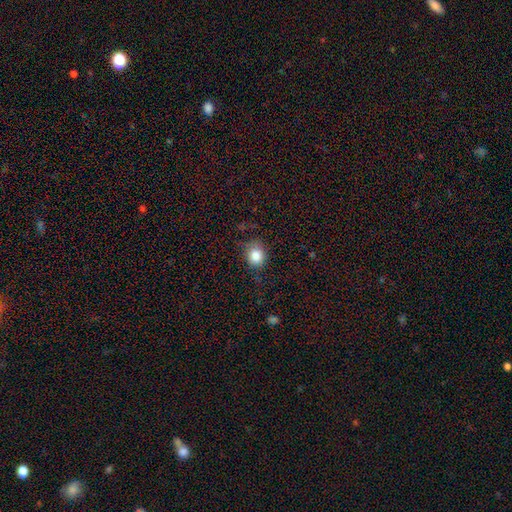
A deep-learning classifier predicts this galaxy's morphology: Overall: smooth (84%). How rounded: round (77%). Merging: none (73%).